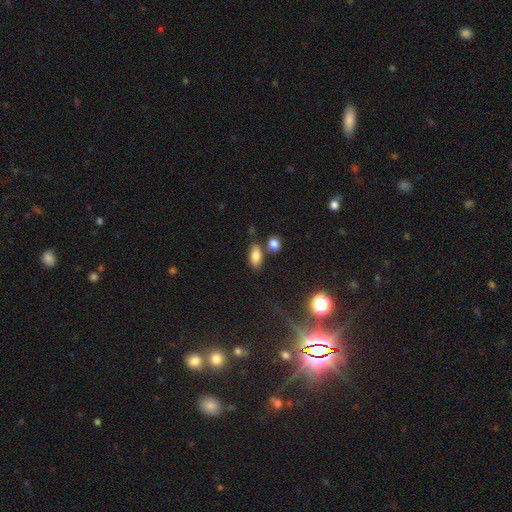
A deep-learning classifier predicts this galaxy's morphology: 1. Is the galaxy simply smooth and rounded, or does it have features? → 80% smooth, 10% featured or disk, 10% star or artifact.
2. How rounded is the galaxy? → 86% in between, 8% cigar-shaped, 5% round.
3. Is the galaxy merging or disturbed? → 73% none, 13% minor disturbance, 11% merger, 3% major disturbance.